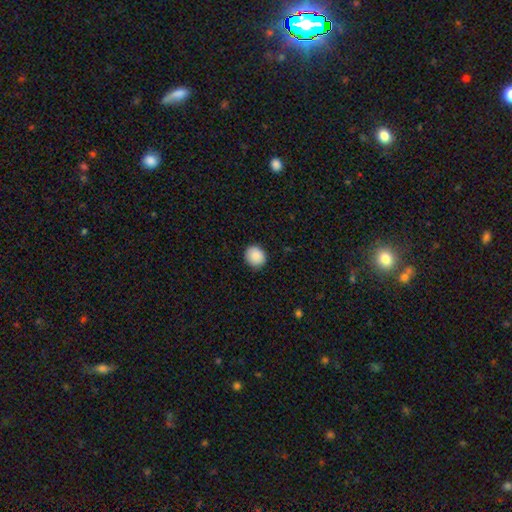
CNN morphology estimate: This is clearly a smooth galaxy (88%). How rounded: likely round (77%). Merging: clearly none (89%).